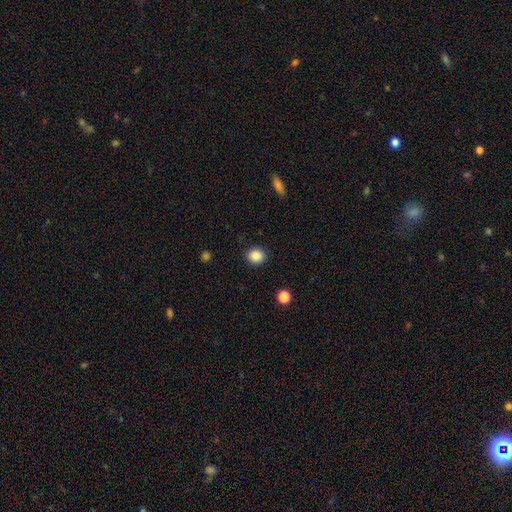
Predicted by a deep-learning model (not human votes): Q: Smooth or featured?
A: smooth (87%); runner-up: star or artifact (10%)
Q: How rounded?
A: round (82%); runner-up: in between (17%)
Q: Merging?
A: none (91%); runner-up: minor disturbance (6%)